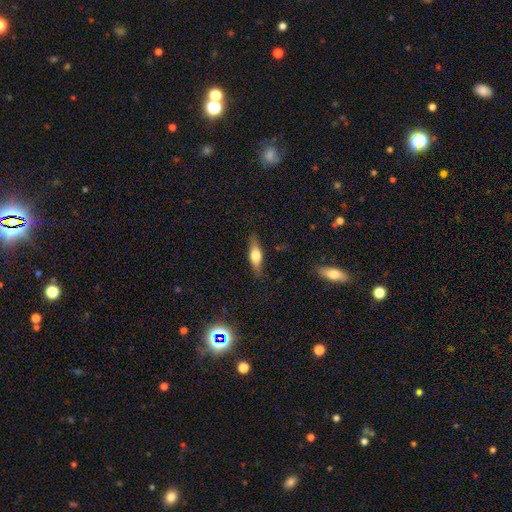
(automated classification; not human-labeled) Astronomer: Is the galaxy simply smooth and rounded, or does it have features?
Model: smooth — 54% (runner-up: featured or disk, 39%).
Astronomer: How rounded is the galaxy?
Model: cigar-shaped — 51% (runner-up: in between, 45%).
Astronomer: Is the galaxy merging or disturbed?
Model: none — 84%.